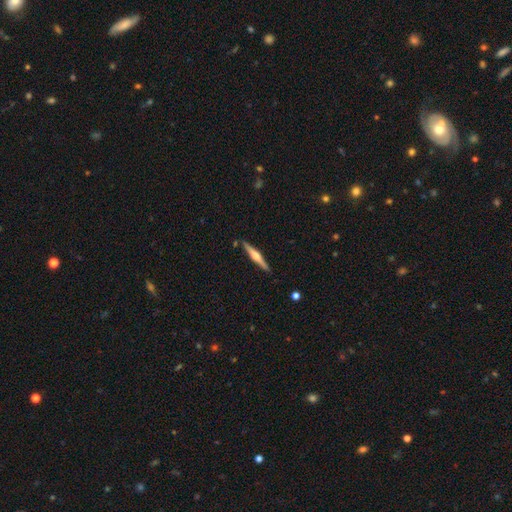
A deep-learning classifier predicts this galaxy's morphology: Smooth or featured?
  - featured or disk: 70% *
  - smooth: 25%
  - star or artifact: 5%
Edge-on disk?
  - yes: 98% *
  - no: 2%
Edge-on bulge?
  - rounded: 87% *
  - boxy: 8%
  - none: 5%
Merging?
  - none: 89% *
  - minor disturbance: 8%
  - merger: 2%
  - major disturbance: 1%